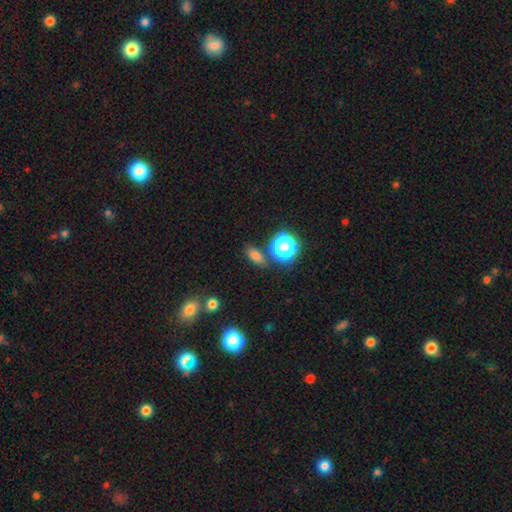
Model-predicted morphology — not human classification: A smooth galaxy with no disk features (72%) that is in between round and cigar-shaped (66%). Merging: none (77%).